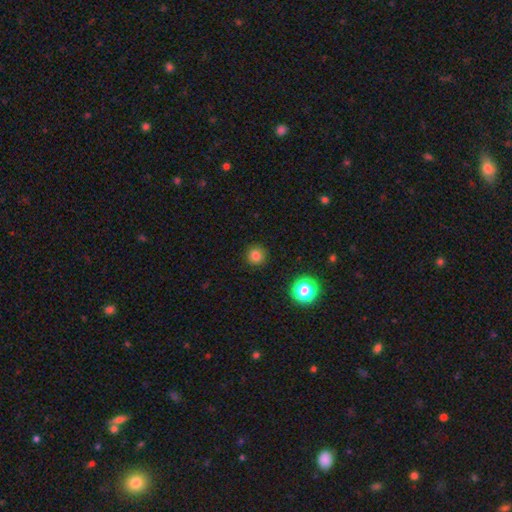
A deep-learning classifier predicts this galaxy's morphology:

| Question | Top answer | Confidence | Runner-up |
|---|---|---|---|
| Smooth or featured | smooth | 81% | star or artifact (14%) |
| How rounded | round | 94% | in between (5%) |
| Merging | none | 91% | minor disturbance (6%) |